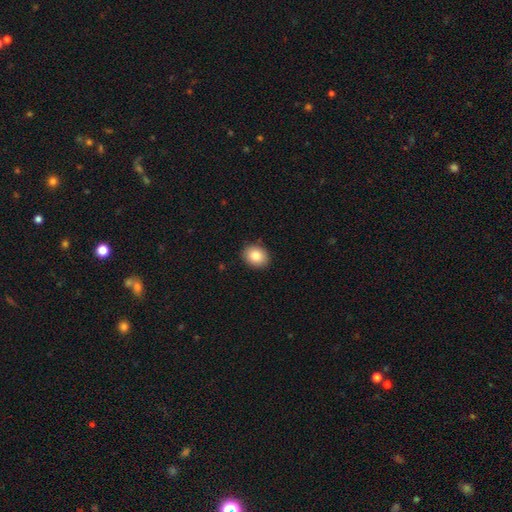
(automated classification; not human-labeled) This appears to be a smooth galaxy with no disk features (84%) that is in between round and cigar-shaped (52%). Merging: none (89%).